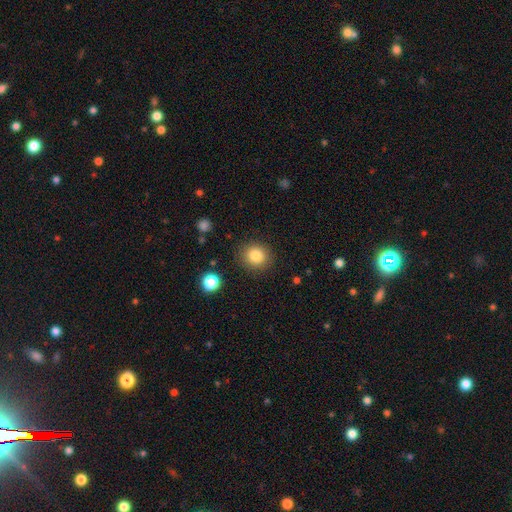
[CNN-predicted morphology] Overall: smooth (84%). How rounded: round (85%). Merging: none (87%).